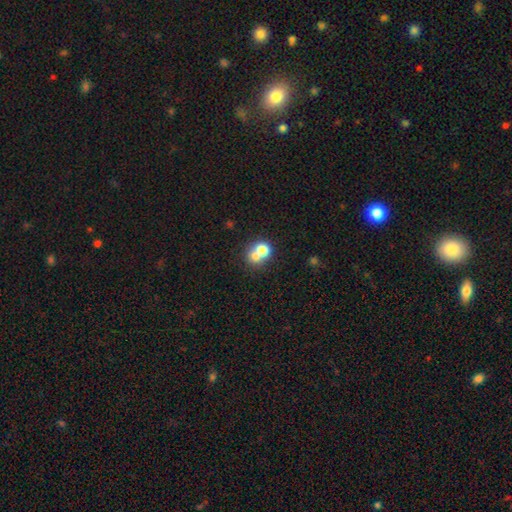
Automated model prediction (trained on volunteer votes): Smooth or featured? Predicted: smooth (p=0.70). How rounded? Predicted: round (p=0.72). Merging? Predicted: merger (p=0.63).